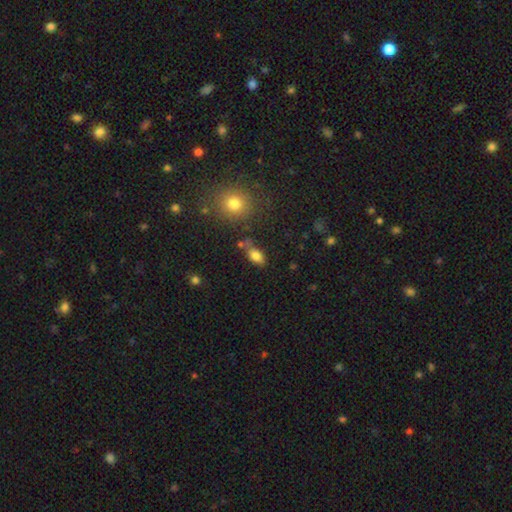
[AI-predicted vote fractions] smooth 81%, star or artifact 10%, featured or disk 9%. Down the decision tree: how rounded — in between (88%); merging — none (67%).